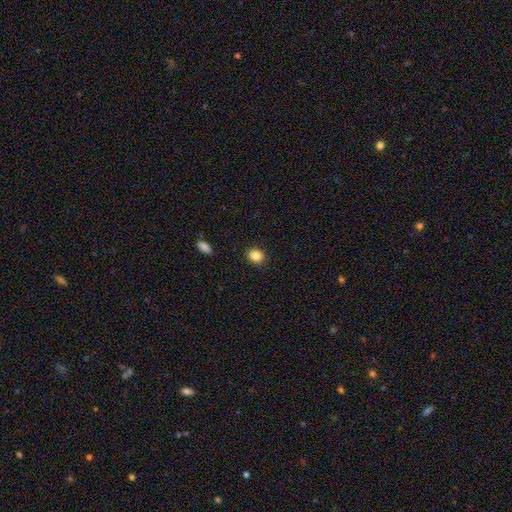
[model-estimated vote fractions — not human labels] smooth_or_featured: smooth (p=0.85) [alt: star or artifact p=0.10]
how_rounded: round (p=0.68) [alt: in between p=0.31]
merging: none (p=0.91) [alt: minor disturbance p=0.06]